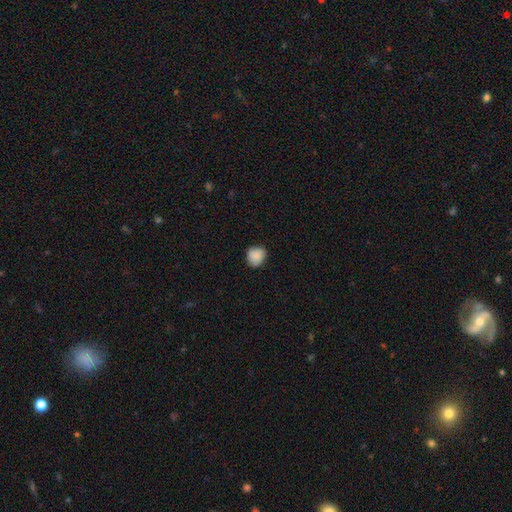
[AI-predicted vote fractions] This appears to be a smooth galaxy with no disk features (84%) that is round (76%). Merging: none (76%).